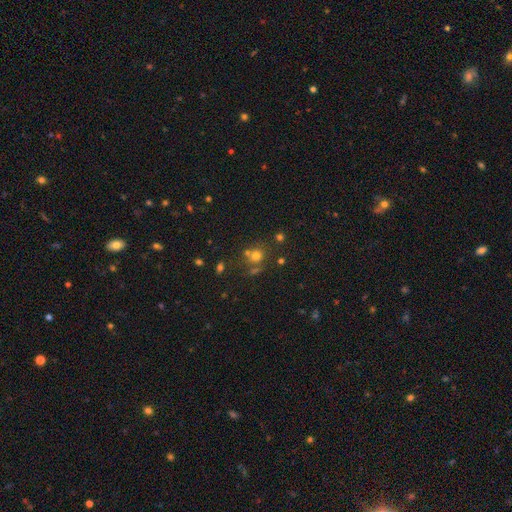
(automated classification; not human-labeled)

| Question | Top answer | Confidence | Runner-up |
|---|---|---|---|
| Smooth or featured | smooth | 66% | star or artifact (22%) |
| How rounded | round | 85% | in between (14%) |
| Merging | none | 58% | merger (26%) |